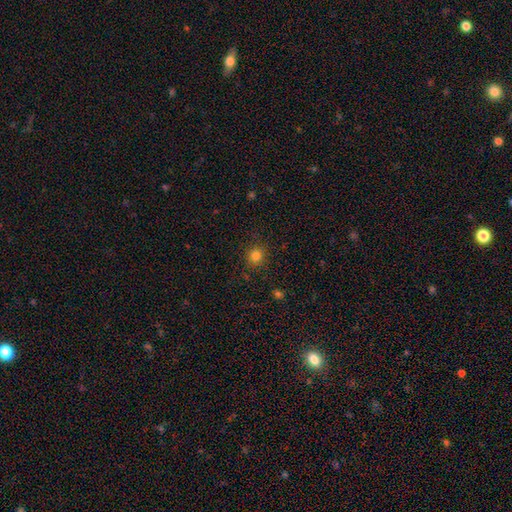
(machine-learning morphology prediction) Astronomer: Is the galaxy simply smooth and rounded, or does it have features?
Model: smooth — 82%.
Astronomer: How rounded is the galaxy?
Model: round — 88%.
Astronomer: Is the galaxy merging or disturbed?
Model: none — 88%.